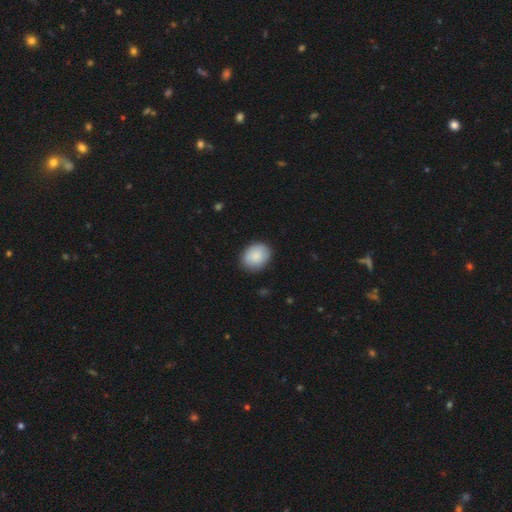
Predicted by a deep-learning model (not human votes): Smooth or featured?
  - smooth: 86% *
  - featured or disk: 8%
  - star or artifact: 6%
How rounded?
  - in between: 51% *
  - round: 48%
  - cigar-shaped: 1%
Merging?
  - none: 85% *
  - minor disturbance: 12%
  - major disturbance: 2%
  - merger: 1%